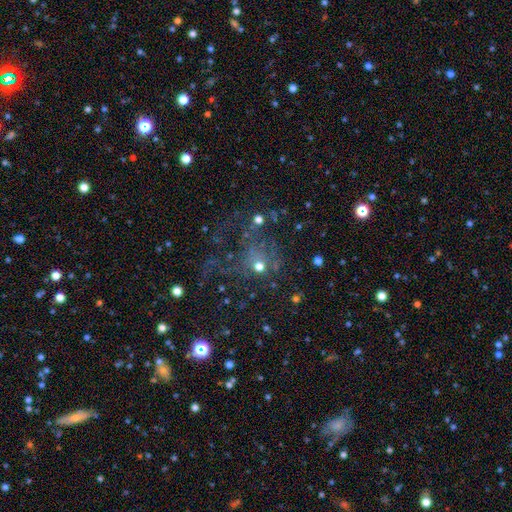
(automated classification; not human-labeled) This appears to be a star or artifact, not a galaxy (40%).